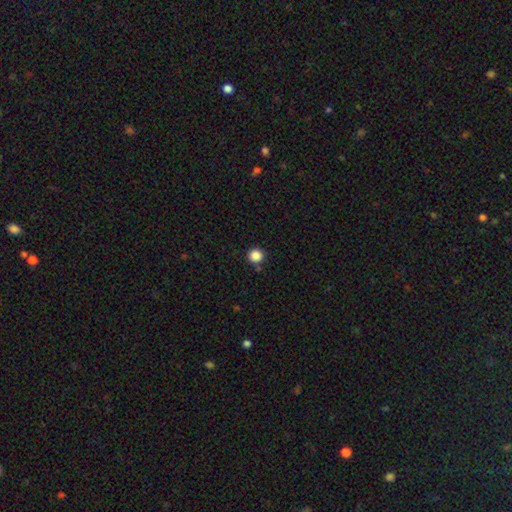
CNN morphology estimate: type=smooth (87%); roundness=round (95%); merging=none (87%).